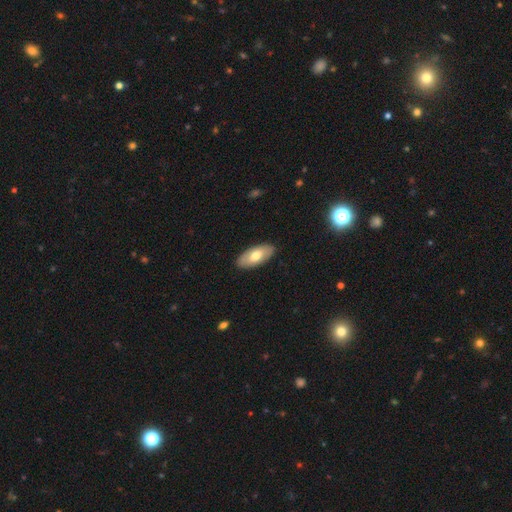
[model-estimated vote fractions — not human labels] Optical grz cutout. It shows a smooth galaxy with no disk features (67%) that is in between round and cigar-shaped (90%). Merging: none (89%).